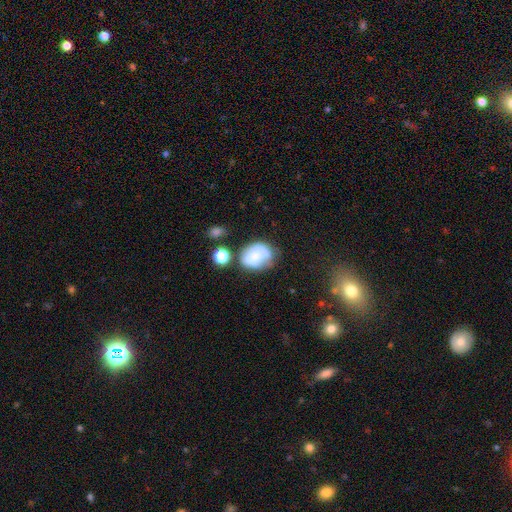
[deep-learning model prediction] Overall: smooth (64%; featured or disk 26%). How rounded: in between (55%; round 44%). Merging: none (39%; minor disturbance 29%).